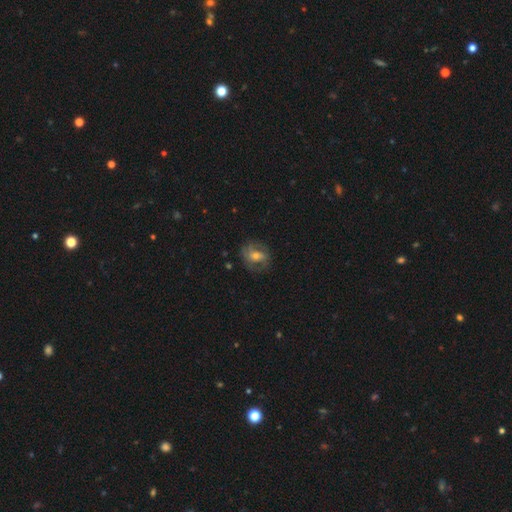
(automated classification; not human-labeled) A featured or disk galaxy (59%) with no bar (46%), spiral arms (77%) and a moderate central bulge (60%). Merging: none (69%).